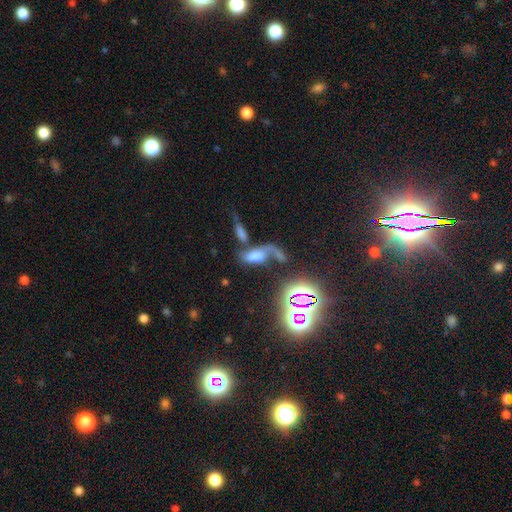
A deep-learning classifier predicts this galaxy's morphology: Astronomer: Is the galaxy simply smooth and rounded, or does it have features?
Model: smooth — 46% (runner-up: featured or disk, 33%).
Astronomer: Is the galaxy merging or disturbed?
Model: merger — 45% (runner-up: major disturbance, 24%).